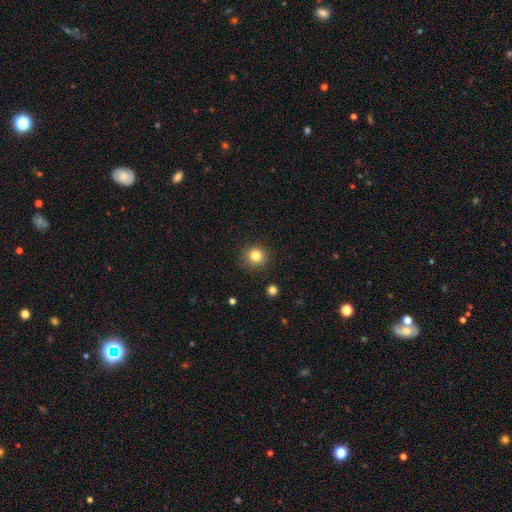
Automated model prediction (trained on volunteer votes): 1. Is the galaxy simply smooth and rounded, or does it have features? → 82% smooth, 12% star or artifact, 6% featured or disk.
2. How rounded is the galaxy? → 93% round, 6% in between, 1% cigar-shaped.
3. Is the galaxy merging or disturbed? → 89% none, 7% minor disturbance, 2% major disturbance, 1% merger.